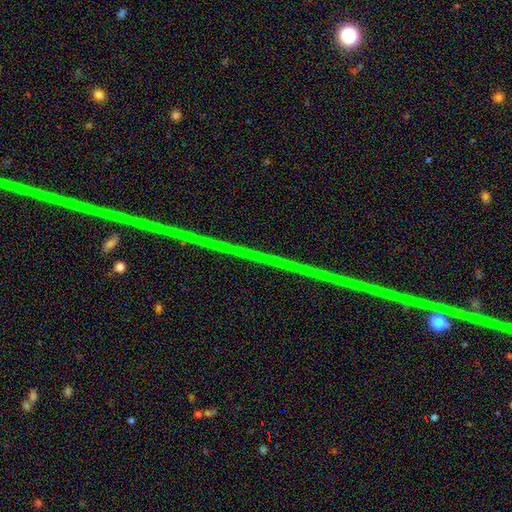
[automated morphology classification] A star or artifact, not a galaxy (79%).

Vote fractions:
- Smooth or featured? star or artifact: 79% / featured or disk: 14% / smooth: 7%